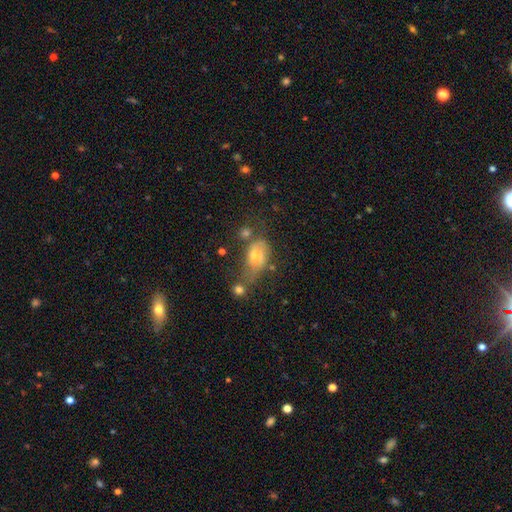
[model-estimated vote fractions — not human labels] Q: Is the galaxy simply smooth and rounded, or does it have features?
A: smooth — 57%.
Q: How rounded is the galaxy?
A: in between — 78%.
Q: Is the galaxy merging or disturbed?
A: none — 32%.